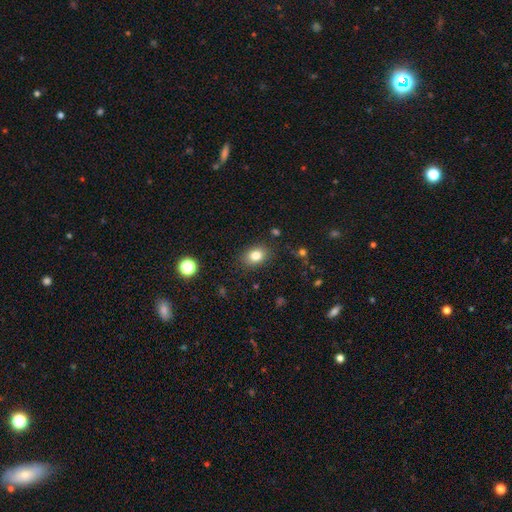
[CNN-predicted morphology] The model was most divided on "how rounded": in between: 66%, round: 33%, cigar-shaped: 1%. More confident: merging — none (86%); smooth or featured — smooth (81%).